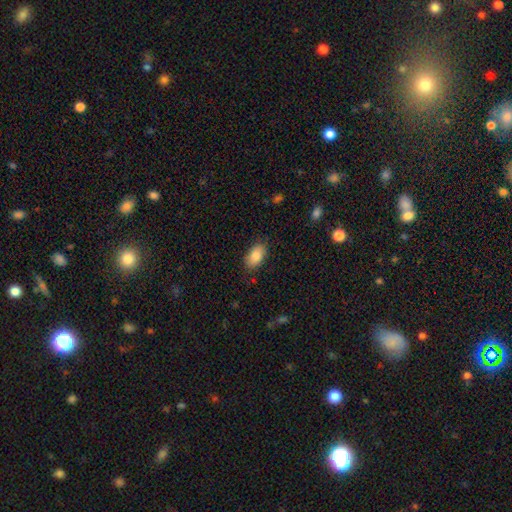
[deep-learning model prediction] Smooth or featured?
  - smooth: 85% *
  - featured or disk: 8%
  - star or artifact: 7%
How rounded?
  - in between: 93% *
  - round: 5%
  - cigar-shaped: 2%
Merging?
  - none: 84% *
  - minor disturbance: 12%
  - major disturbance: 3%
  - merger: 1%